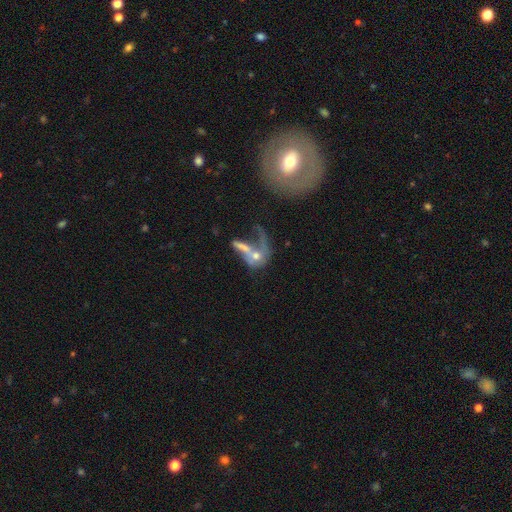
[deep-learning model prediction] A featured or disk galaxy (49%). Merging: merger (48%).